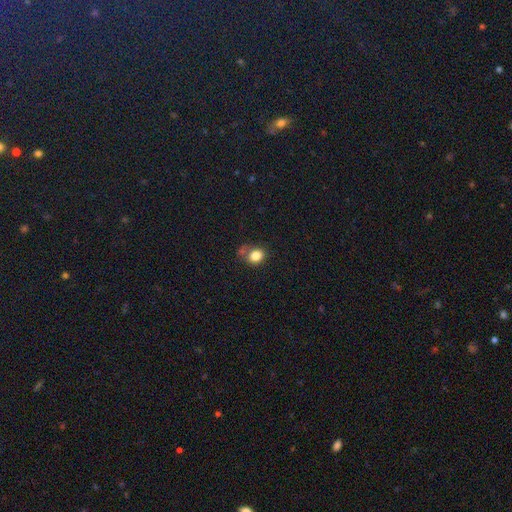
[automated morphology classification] smooth 82%, star or artifact 11%, featured or disk 7%. Down the decision tree: how rounded — round (59%); merging — none (58%).